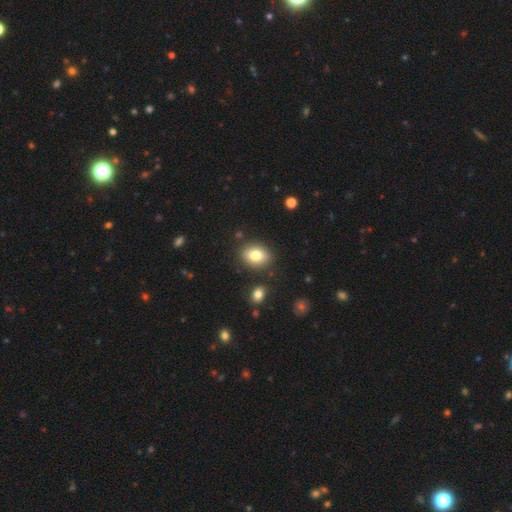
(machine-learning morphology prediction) smooth_or_featured: smooth (p=0.81) [alt: featured or disk p=0.11]
how_rounded: in between (p=0.68) [alt: round p=0.31]
merging: none (p=0.83) [alt: minor disturbance p=0.10]